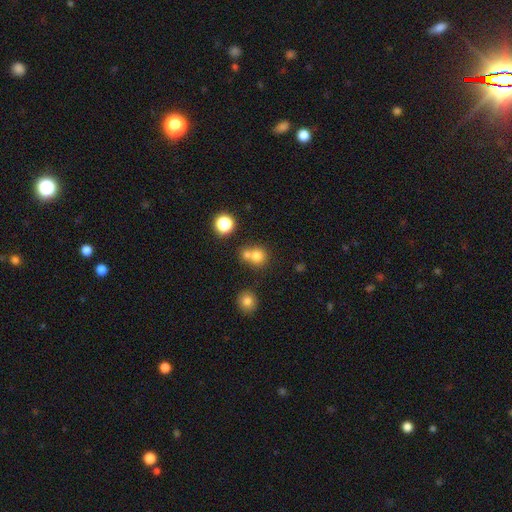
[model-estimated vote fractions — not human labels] Morphology: type=smooth (76%); roundness=round (87%); merging=none (49%).